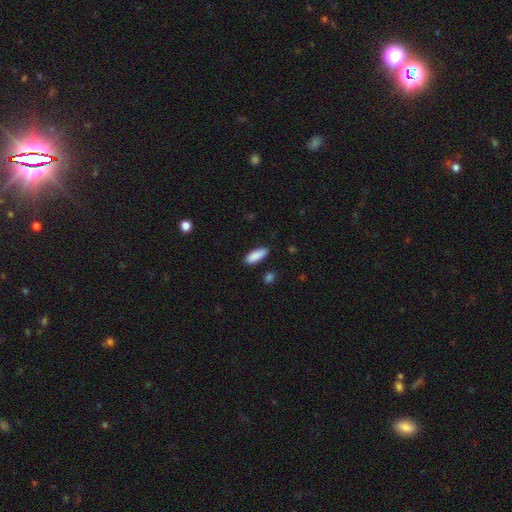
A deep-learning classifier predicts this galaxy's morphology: smooth-or-featured: smooth: 90% | star or artifact: 6% | featured or disk: 4%
  how-rounded: in between: 71% | cigar-shaped: 27% | round: 2%
  merging: none: 85% | minor disturbance: 11% | major disturbance: 2% | merger: 2%